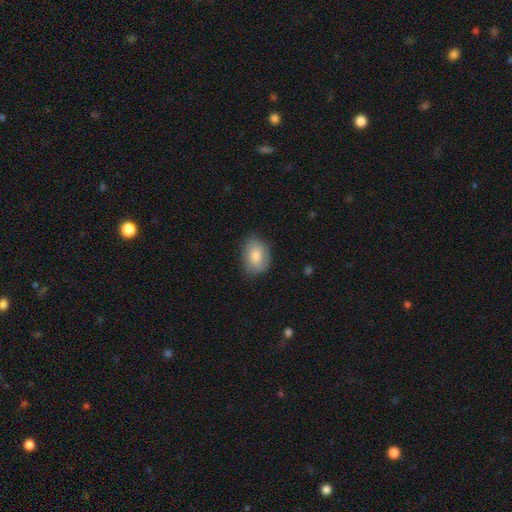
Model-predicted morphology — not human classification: type=smooth (78%); roundness=in between (75%); merging=none (78%).